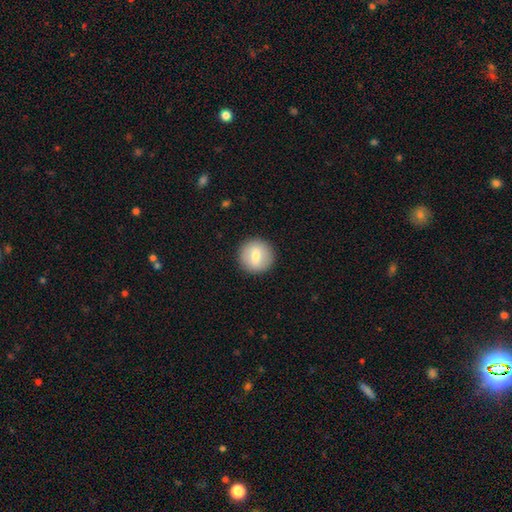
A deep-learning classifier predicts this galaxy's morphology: type=smooth (71%); roundness=round (94%); merging=none (91%).